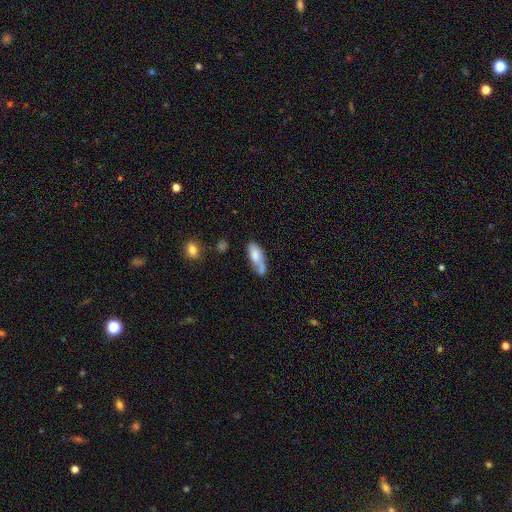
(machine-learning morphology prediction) A smooth galaxy with no disk features (75%) that is in between round and cigar-shaped (74%).

Vote fractions:
- Smooth or featured? smooth: 75% / featured or disk: 18% / star or artifact: 7%
- How rounded? in between: 74% / cigar-shaped: 24% / round: 3%
- Merging? none: 36% / merger: 33% / minor disturbance: 22% / major disturbance: 10%